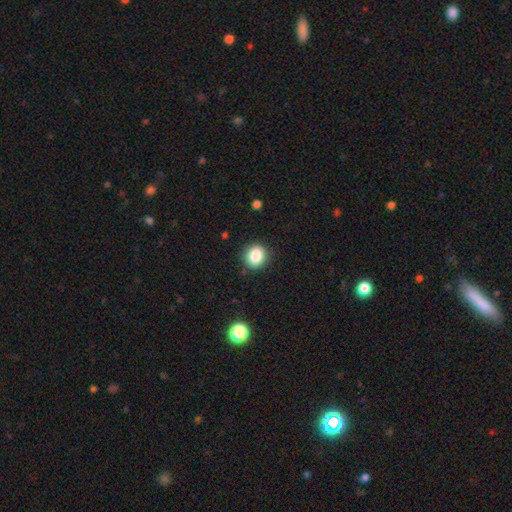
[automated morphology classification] This is clearly a smooth galaxy (85%). How rounded: likely round (78%). Merging: clearly none (88%).